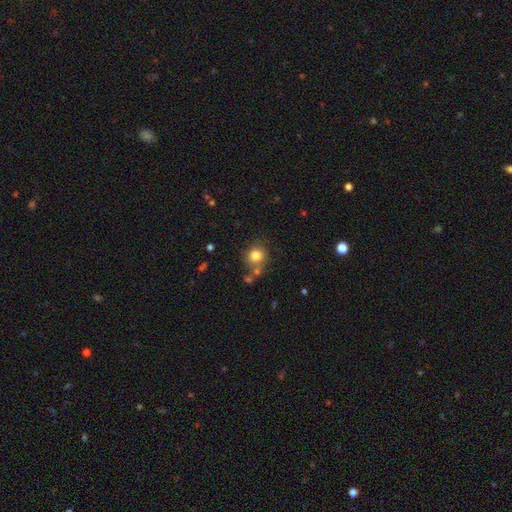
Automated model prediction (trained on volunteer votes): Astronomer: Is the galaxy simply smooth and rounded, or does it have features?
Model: smooth — 81%.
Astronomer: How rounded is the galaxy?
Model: round — 85%.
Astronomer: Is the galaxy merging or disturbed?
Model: none — 70%.